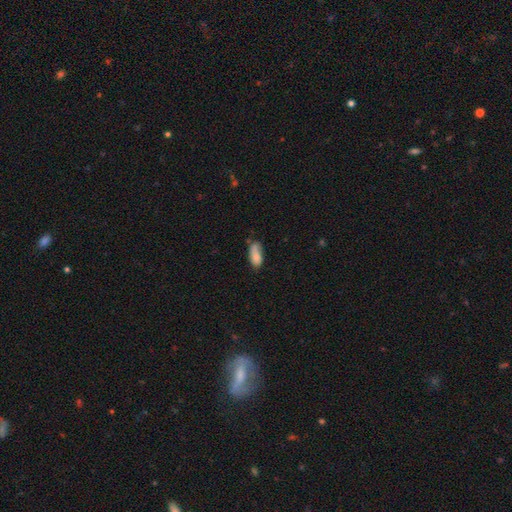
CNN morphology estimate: smooth-or-featured: smooth: 82% | featured or disk: 10% | star or artifact: 8%
  how-rounded: in between: 83% | cigar-shaped: 14% | round: 3%
  merging: none: 50% | minor disturbance: 32% | merger: 9% | major disturbance: 9%